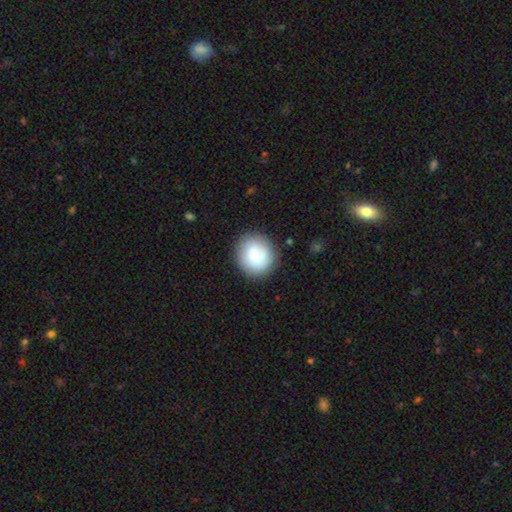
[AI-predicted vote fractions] Q: Smooth or featured?
A: smooth (72%); runner-up: featured or disk (21%)
Q: How rounded?
A: round (87%); runner-up: in between (13%)
Q: Merging?
A: none (80%); runner-up: minor disturbance (12%)